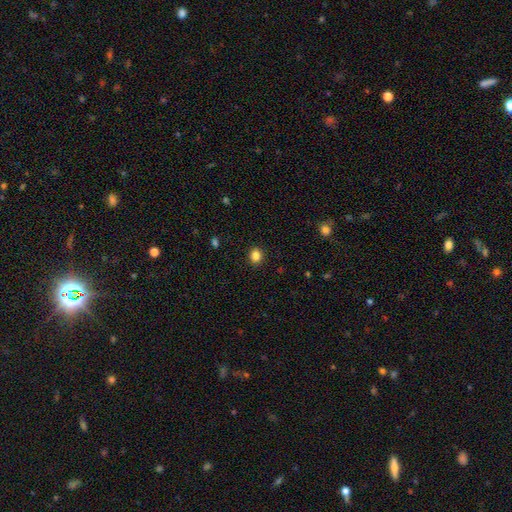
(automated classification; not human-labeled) Smooth or featured? smooth (85%)
How rounded? round (71%)
Merging? none (91%)